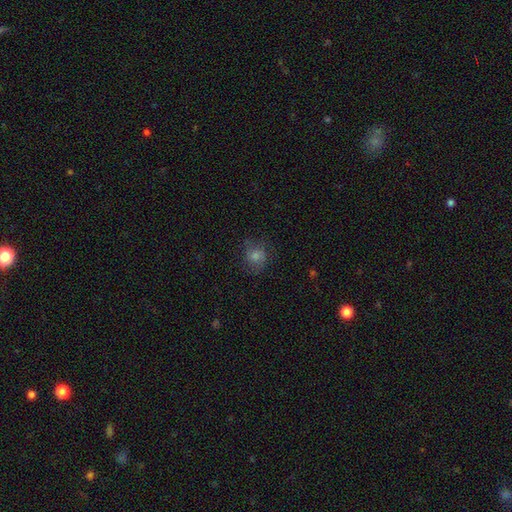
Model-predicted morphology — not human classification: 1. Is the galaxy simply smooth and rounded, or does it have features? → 48% smooth, 31% featured or disk, 20% star or artifact.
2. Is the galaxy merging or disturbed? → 74% none, 16% minor disturbance, 9% major disturbance, 1% merger.